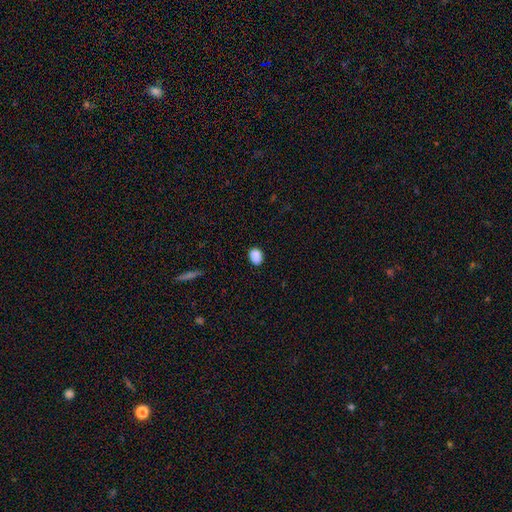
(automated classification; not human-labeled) Smooth or featured? Predicted: smooth (p=0.88). How rounded? Predicted: in between (p=0.63). Merging? Predicted: none (p=0.81).